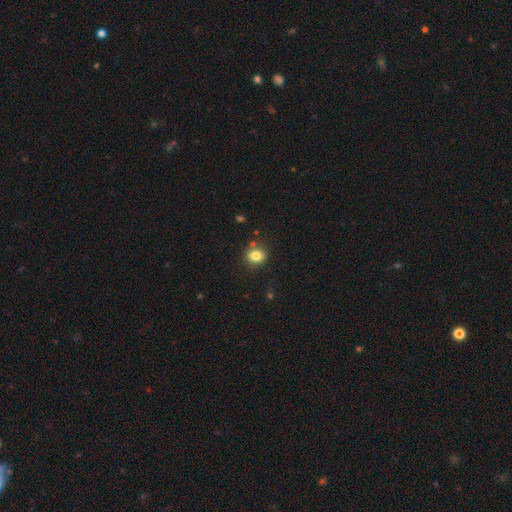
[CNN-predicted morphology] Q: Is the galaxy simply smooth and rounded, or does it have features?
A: smooth — 81%.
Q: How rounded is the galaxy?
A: round — 61%.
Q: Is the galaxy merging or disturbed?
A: none — 78%.